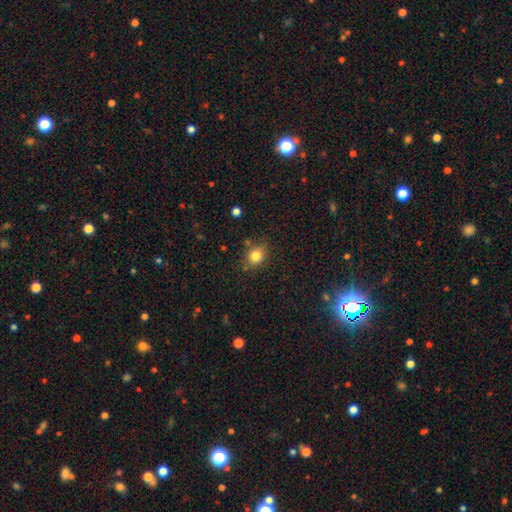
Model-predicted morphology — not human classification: This is clearly a smooth galaxy (81%). How rounded: likely round (61%). Merging: likely none (77%).